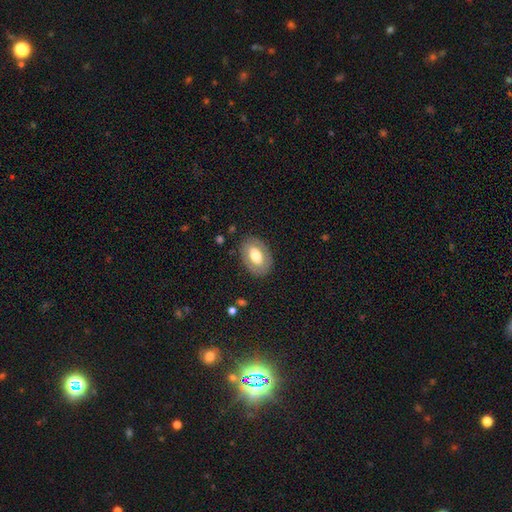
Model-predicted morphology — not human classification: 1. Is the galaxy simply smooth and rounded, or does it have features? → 57% smooth, 37% featured or disk, 6% star or artifact.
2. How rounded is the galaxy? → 85% in between, 14% round, 1% cigar-shaped.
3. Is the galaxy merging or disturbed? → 82% none, 12% minor disturbance, 4% major disturbance, 1% merger.